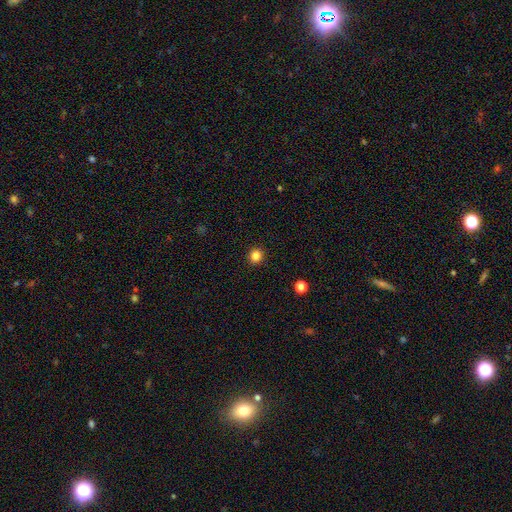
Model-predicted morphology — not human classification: type=smooth (84%); roundness=round (86%); merging=none (92%).